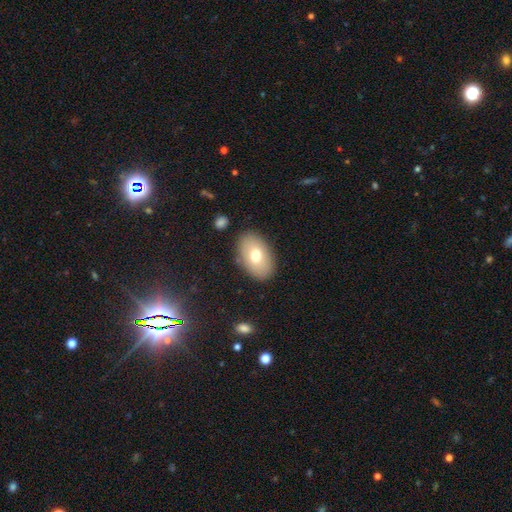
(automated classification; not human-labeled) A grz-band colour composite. It shows a smooth galaxy with no disk features (71%) that is in between round and cigar-shaped (89%). Merging: none (85%).